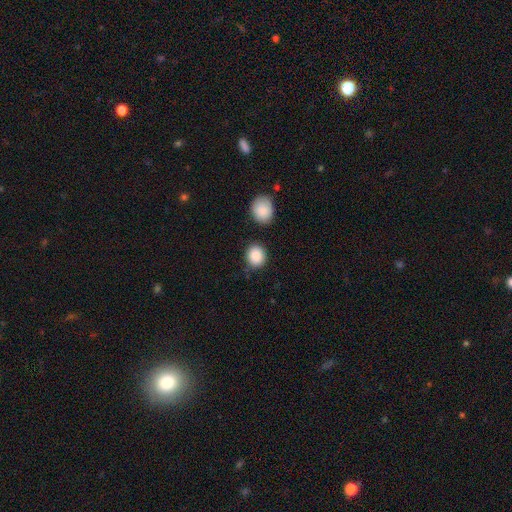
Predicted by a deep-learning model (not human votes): This is clearly a smooth galaxy (88%). How rounded: likely round (78%). Merging: clearly none (81%).